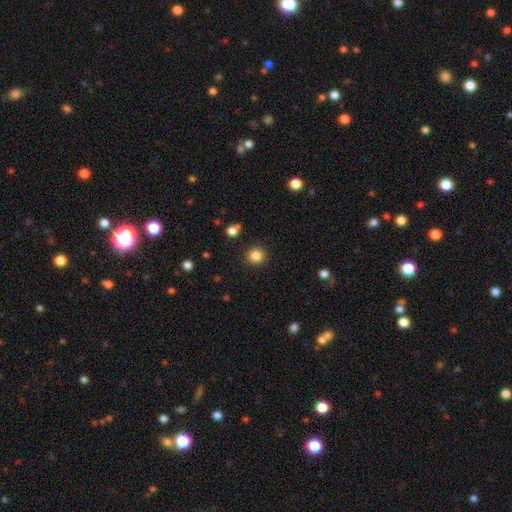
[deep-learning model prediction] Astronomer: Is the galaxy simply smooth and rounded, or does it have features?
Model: smooth — 85%.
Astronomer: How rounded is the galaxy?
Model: round — 93%.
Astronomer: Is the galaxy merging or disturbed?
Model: none — 90%.